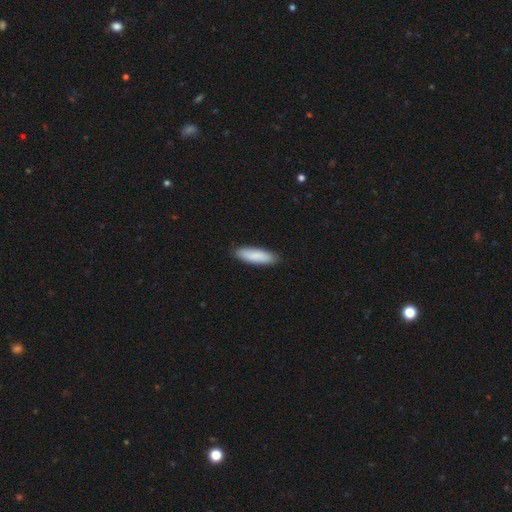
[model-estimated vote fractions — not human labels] smooth 87%, featured or disk 8%, star or artifact 5%. Down the decision tree: how rounded — cigar-shaped (54%); merging — none (89%).